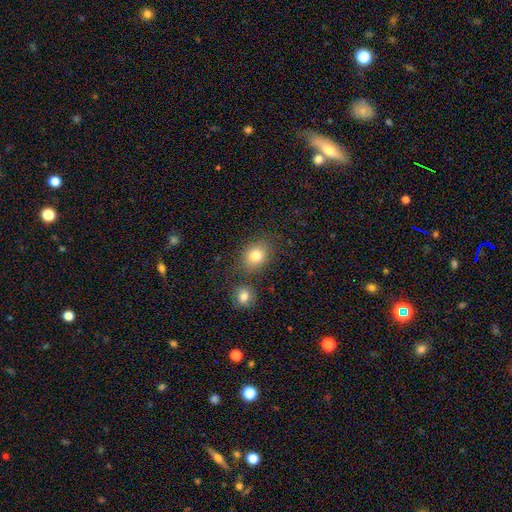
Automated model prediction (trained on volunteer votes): smooth_or_featured: smooth (p=0.82) [alt: star or artifact p=0.10]
how_rounded: round (p=0.50) [alt: in between p=0.49]
merging: none (p=0.72) [alt: minor disturbance p=0.12]